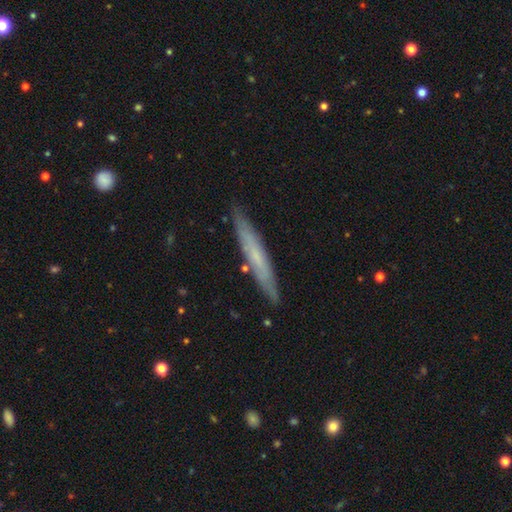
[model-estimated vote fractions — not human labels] A featured or disk galaxy (47%, tied with smooth). Merging: none (86%).